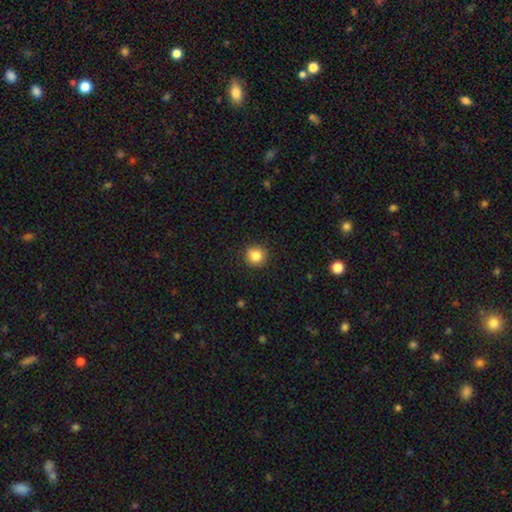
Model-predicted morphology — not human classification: Q: Smooth or featured?
A: smooth (85%); runner-up: star or artifact (10%)
Q: How rounded?
A: round (93%); runner-up: in between (6%)
Q: Merging?
A: none (91%); runner-up: minor disturbance (6%)